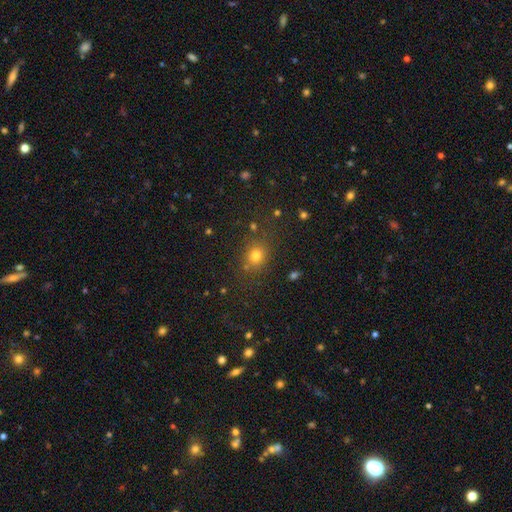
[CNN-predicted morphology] Smooth or featured: smooth — 74% (star or artifact — 19%)
How rounded: round — 68% (in between — 31%)
Merging: none — 76% (minor disturbance — 13%)